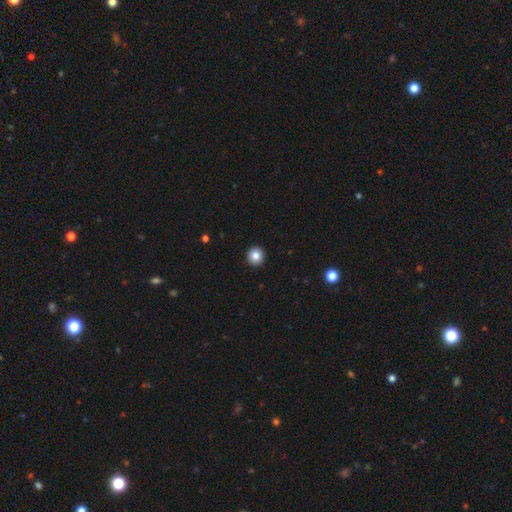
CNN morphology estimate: A smooth galaxy with no disk features (85%) that is round (94%).

Vote fractions:
- Smooth or featured? smooth: 85% / star or artifact: 10% / featured or disk: 6%
- How rounded? round: 94% / in between: 5% / cigar-shaped: 1%
- Merging? none: 94% / minor disturbance: 4% / major disturbance: 1% / merger: 1%